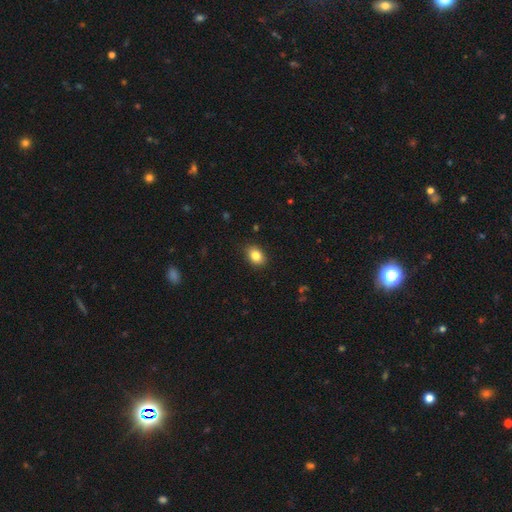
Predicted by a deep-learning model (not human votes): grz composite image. It shows a smooth galaxy with no disk features (85%) that is in between round and cigar-shaped (77%). Merging: none (88%).